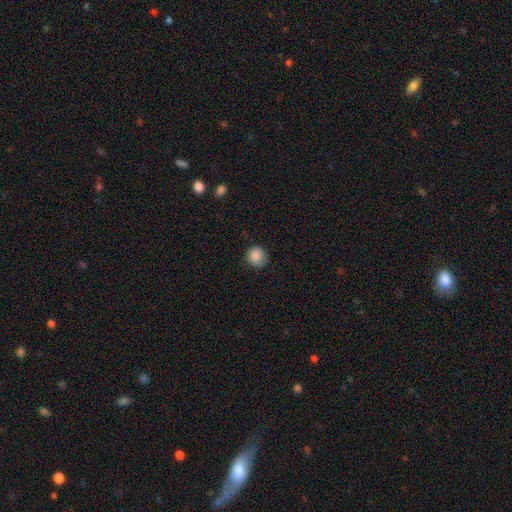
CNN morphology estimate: Q: Smooth or featured?
A: smooth (87%); runner-up: star or artifact (9%)
Q: How rounded?
A: round (86%); runner-up: in between (13%)
Q: Merging?
A: none (78%); runner-up: minor disturbance (17%)